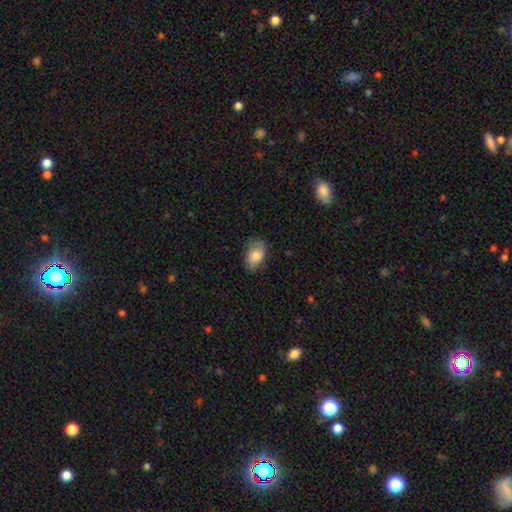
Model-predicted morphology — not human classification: smooth_or_featured: smooth (p=0.74) [alt: featured or disk p=0.19]
how_rounded: in between (p=0.86) [alt: round p=0.12]
merging: none (p=0.74) [alt: minor disturbance p=0.20]